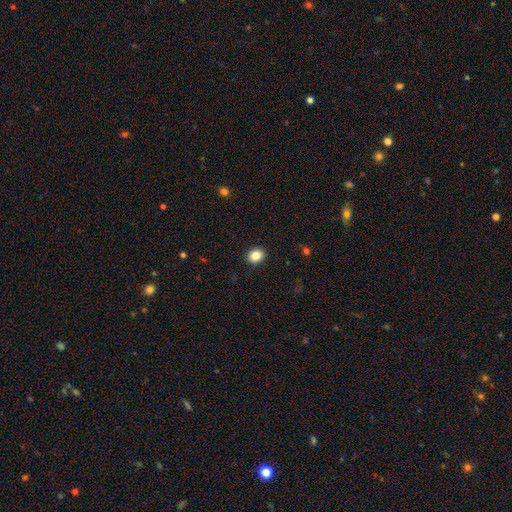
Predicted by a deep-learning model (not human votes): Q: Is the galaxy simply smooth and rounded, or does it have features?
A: smooth — 86%.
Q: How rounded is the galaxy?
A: round — 58%.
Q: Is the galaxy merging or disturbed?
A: none — 91%.